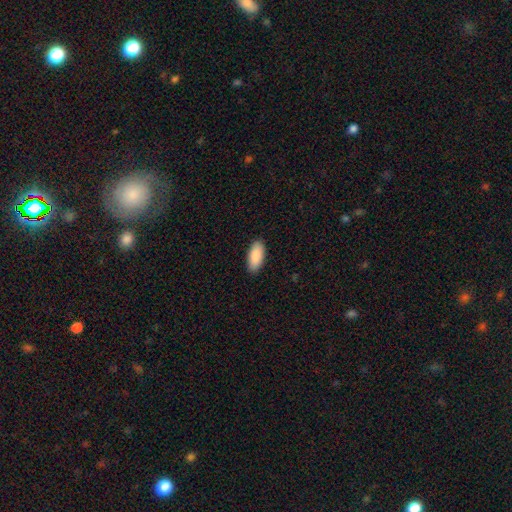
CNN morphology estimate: smooth-or-featured: smooth: 91% | star or artifact: 6% | featured or disk: 4%
  how-rounded: in between: 90% | cigar-shaped: 8% | round: 2%
  merging: none: 89% | minor disturbance: 8% | major disturbance: 2% | merger: 1%